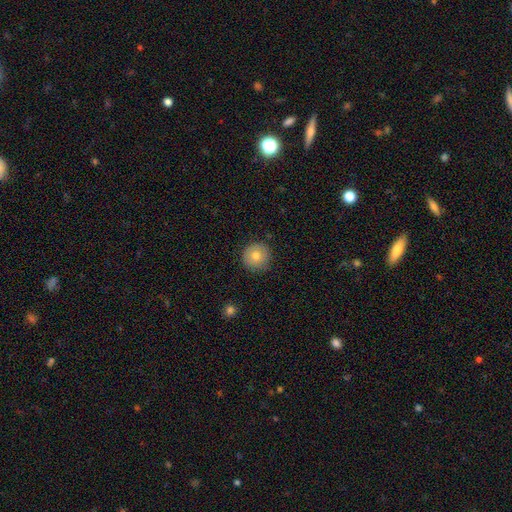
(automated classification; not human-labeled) This is likely a smooth galaxy (77%). How rounded: clearly round (96%). Merging: clearly none (89%).